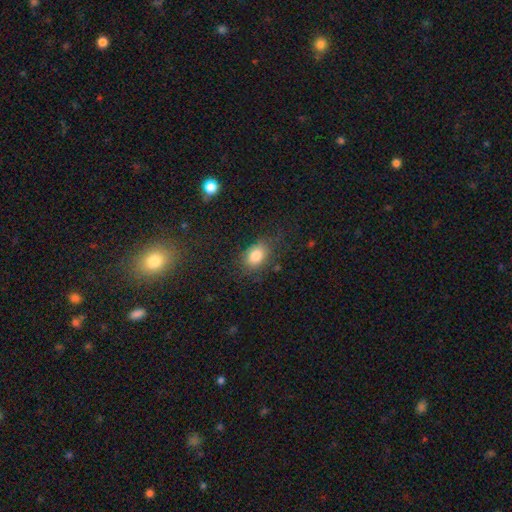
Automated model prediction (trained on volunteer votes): The model was most divided on "merging": none: 73%, minor disturbance: 18%, major disturbance: 7%, merger: 2%. More confident: smooth or featured — smooth (81%); how rounded — in between (80%).